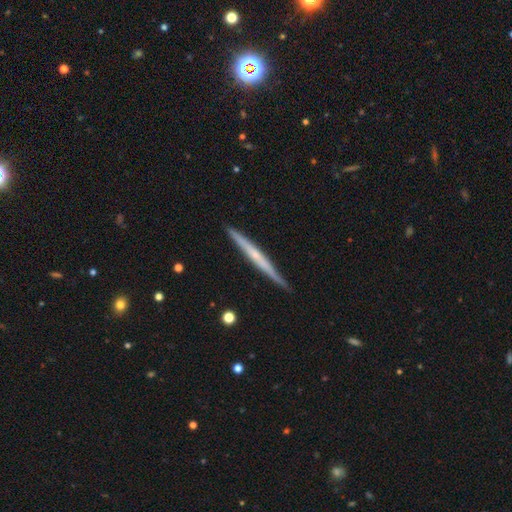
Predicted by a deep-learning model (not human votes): Smooth or featured? Predicted: featured or disk (p=0.63). Edge-on disk? Predicted: yes (p=0.97). Edge-on bulge? Predicted: none (p=0.61). Merging? Predicted: none (p=0.89).